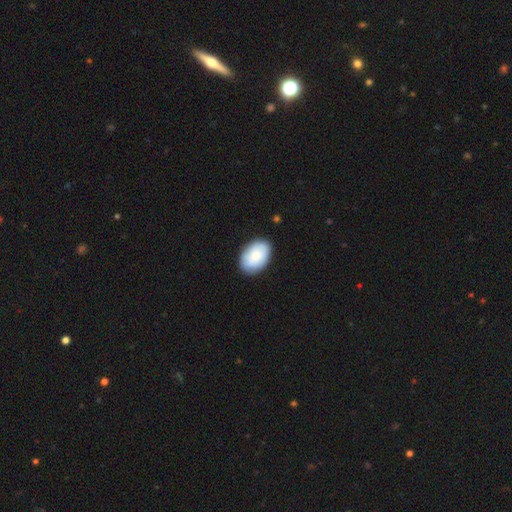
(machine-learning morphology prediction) A smooth galaxy with no disk features (84%) that is in between round and cigar-shaped (89%).

Vote fractions:
- Smooth or featured? smooth: 84% / featured or disk: 11% / star or artifact: 6%
- How rounded? in between: 89% / round: 10% / cigar-shaped: 1%
- Merging? none: 84% / minor disturbance: 12% / major disturbance: 2% / merger: 1%